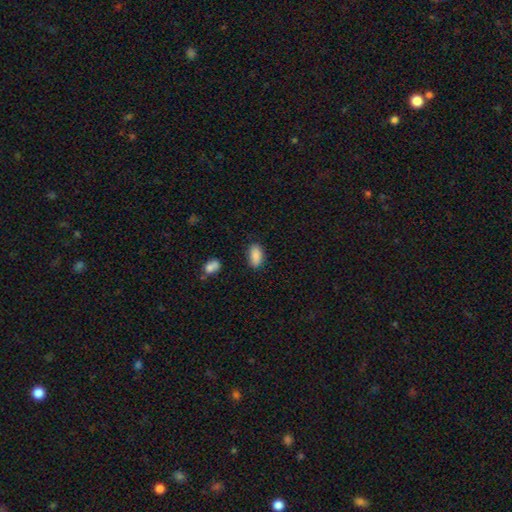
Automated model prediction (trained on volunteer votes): Smooth or featured?
  - smooth: 87% *
  - star or artifact: 7%
  - featured or disk: 5%
How rounded?
  - in between: 91% *
  - cigar-shaped: 6%
  - round: 3%
Merging?
  - none: 84% *
  - minor disturbance: 11%
  - major disturbance: 2%
  - merger: 2%